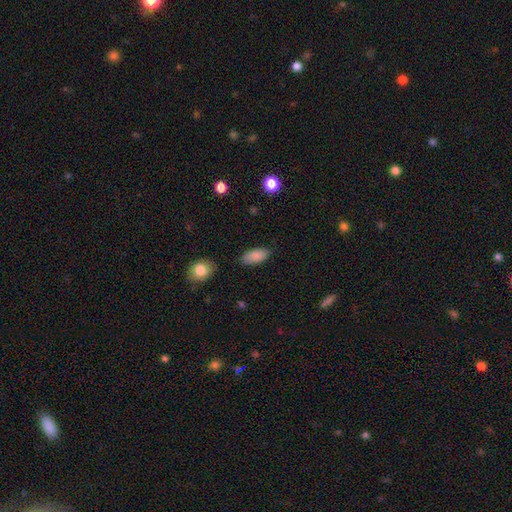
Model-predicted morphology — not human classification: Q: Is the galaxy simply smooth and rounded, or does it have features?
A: smooth — 87%.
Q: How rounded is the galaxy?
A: in between — 91%.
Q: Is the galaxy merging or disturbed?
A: none — 81%.